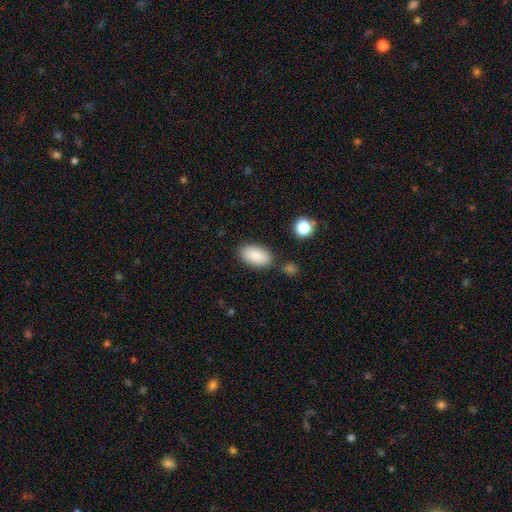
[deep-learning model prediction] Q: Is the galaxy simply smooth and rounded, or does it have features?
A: smooth — 88%.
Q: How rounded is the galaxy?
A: in between — 94%.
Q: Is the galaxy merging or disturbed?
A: none — 81%.